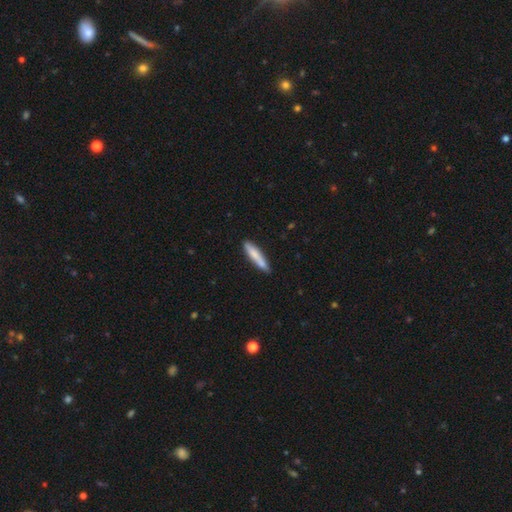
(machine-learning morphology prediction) Smooth or featured: smooth — 77% (featured or disk — 18%)
How rounded: cigar-shaped — 88% (in between — 10%)
Merging: none — 82% (minor disturbance — 13%)